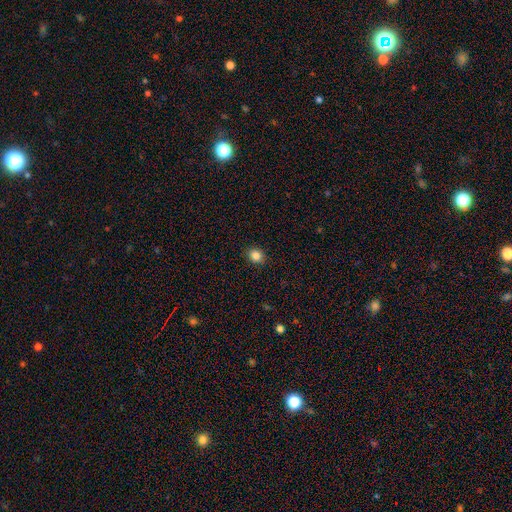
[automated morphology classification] A smooth galaxy with no disk features (84%) that is round (71%). Merging: none (90%).